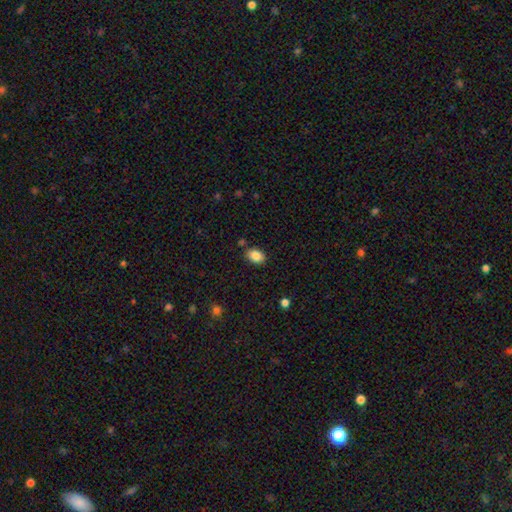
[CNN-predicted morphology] Overall: smooth (87%). How rounded: in between (80%). Merging: none (83%).